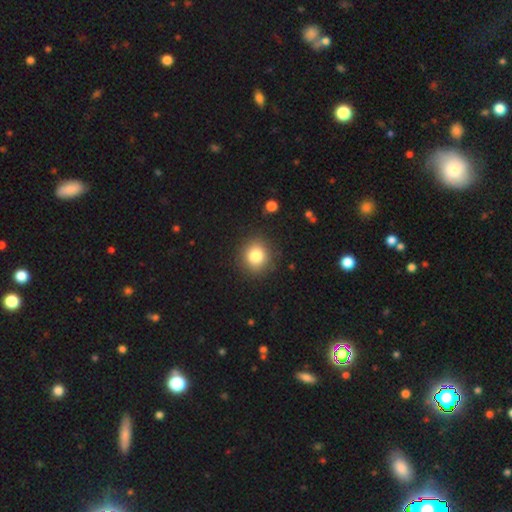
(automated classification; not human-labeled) The model was most divided on "how rounded": round: 85%, in between: 14%, cigar-shaped: 1%. More confident: merging — none (89%); smooth or featured — smooth (82%).